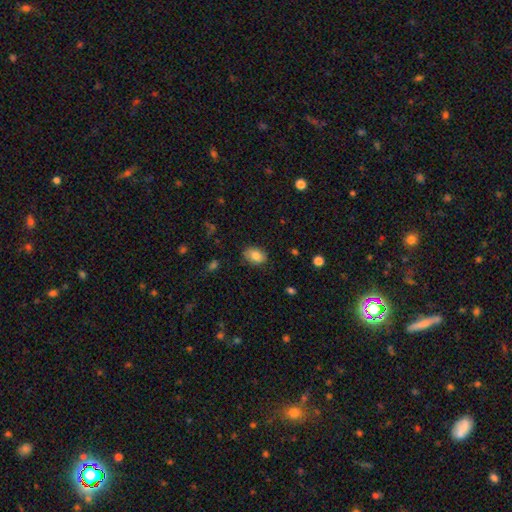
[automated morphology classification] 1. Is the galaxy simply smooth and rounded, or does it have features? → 84% smooth, 8% featured or disk, 8% star or artifact.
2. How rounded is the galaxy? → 80% in between, 19% round, 1% cigar-shaped.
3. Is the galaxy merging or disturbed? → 83% none, 13% minor disturbance, 3% major disturbance, 1% merger.